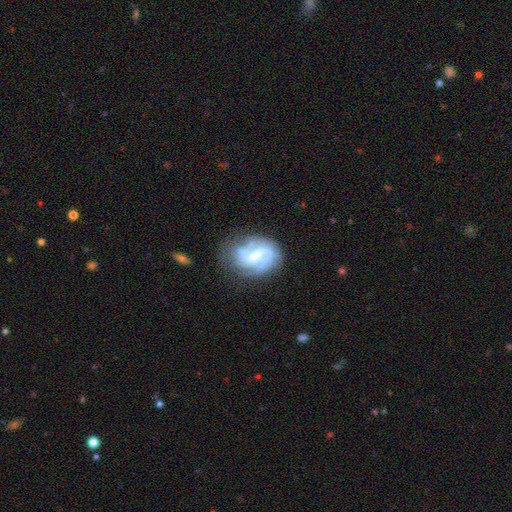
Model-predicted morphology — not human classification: Overall: featured or disk (82%). Edge-on disk: no (98%). Bar: weak (54%; strong 23%). Spiral arms: yes (90%). Spiral arm count: 2 (63%). Spiral winding: medium (46%; tight 29%). Bulge size: small (44%; moderate 39%). Merging: none (58%; minor disturbance 23%).